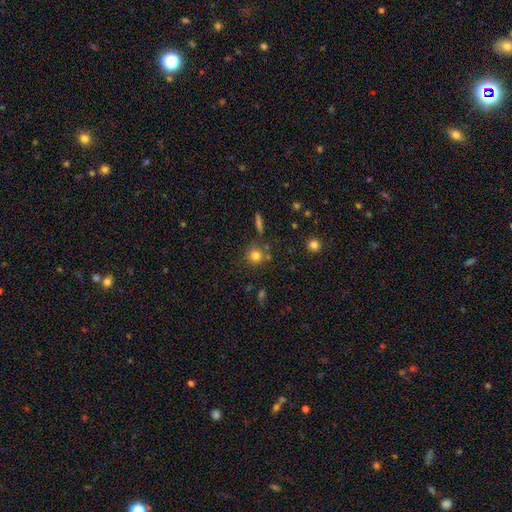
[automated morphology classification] Overall: smooth (78%). How rounded: round (90%). Merging: none (72%).